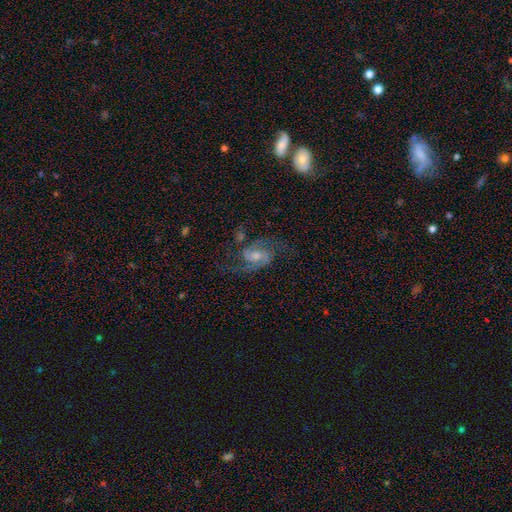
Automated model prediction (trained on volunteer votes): The model was most divided on "bar": weak: 47%, no: 38%, strong: 14%. More confident: edge-on disk — no (97%); spiral arms — yes (97%); spiral arm count — 2 (91%); smooth or featured — featured or disk (86%); merging — none (72%); spiral winding — medium (57%); bulge size — moderate (52%).